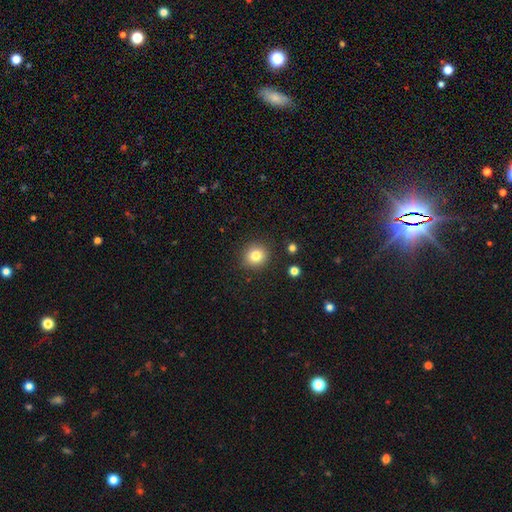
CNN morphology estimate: Smooth or featured?
  - smooth: 81% *
  - star or artifact: 11%
  - featured or disk: 8%
How rounded?
  - round: 89% *
  - in between: 10%
  - cigar-shaped: 1%
Merging?
  - none: 88% *
  - minor disturbance: 7%
  - major disturbance: 2%
  - merger: 2%